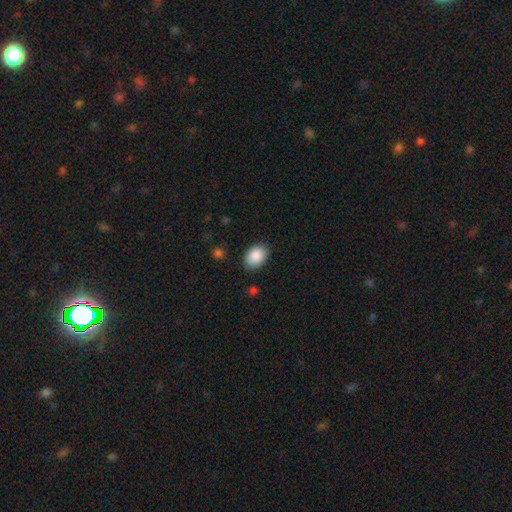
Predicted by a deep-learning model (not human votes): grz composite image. It shows a smooth galaxy with no disk features (89%) that is in between round and cigar-shaped (81%). Merging: none (85%).